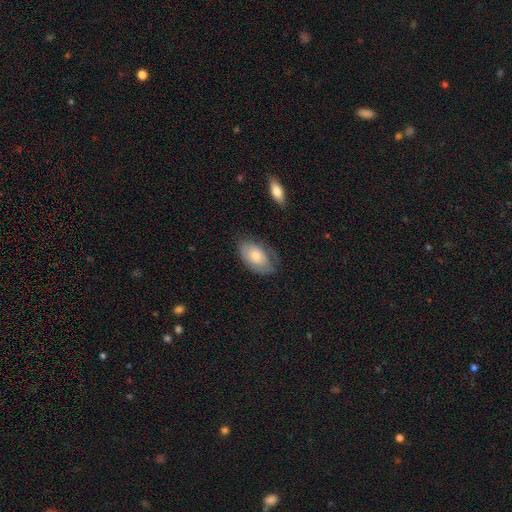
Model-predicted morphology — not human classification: Smooth or featured: smooth — 64% (featured or disk — 30%)
How rounded: in between — 93% (round — 5%)
Merging: none — 62% (minor disturbance — 26%)